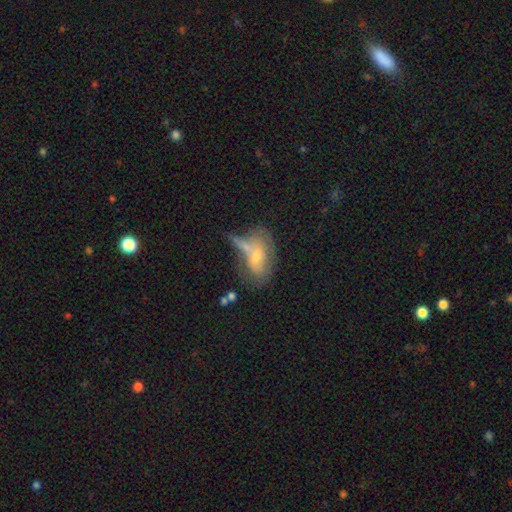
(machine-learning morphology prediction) type=smooth (48%); merging=none (33%).